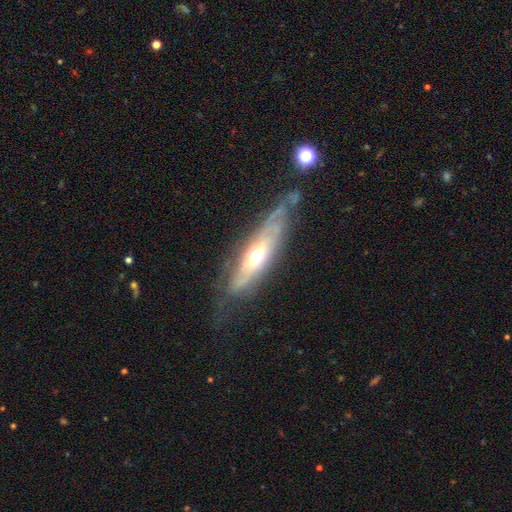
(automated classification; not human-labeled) This is likely a featured or disk galaxy (74%). It is possibly not viewed edge-on (59%). Merging: possibly none (56%).